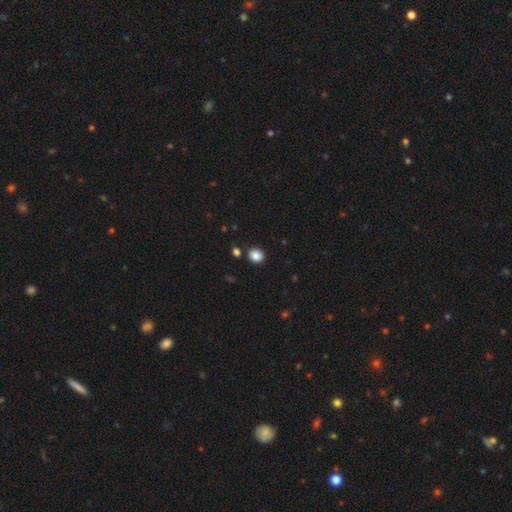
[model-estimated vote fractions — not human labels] Smooth or featured?
  - smooth: 87% *
  - star or artifact: 10%
  - featured or disk: 4%
How rounded?
  - round: 71% *
  - in between: 28%
  - cigar-shaped: 1%
Merging?
  - none: 85% *
  - minor disturbance: 8%
  - merger: 5%
  - major disturbance: 2%